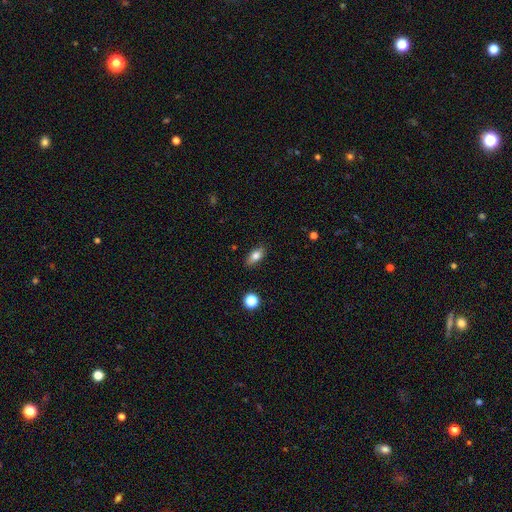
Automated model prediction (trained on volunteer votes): Morphology: type=smooth (79%); roundness=in between (84%); merging=none (85%).